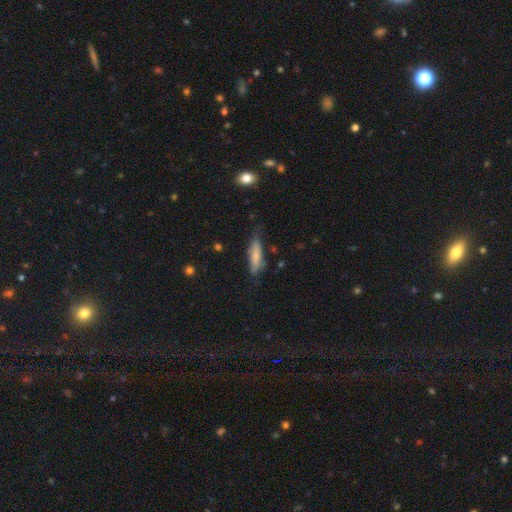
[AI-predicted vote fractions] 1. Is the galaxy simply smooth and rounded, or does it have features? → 72% smooth, 22% featured or disk, 6% star or artifact.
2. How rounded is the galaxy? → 69% cigar-shaped, 30% in between, 2% round.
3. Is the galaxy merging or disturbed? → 61% none, 29% minor disturbance, 8% major disturbance, 3% merger.